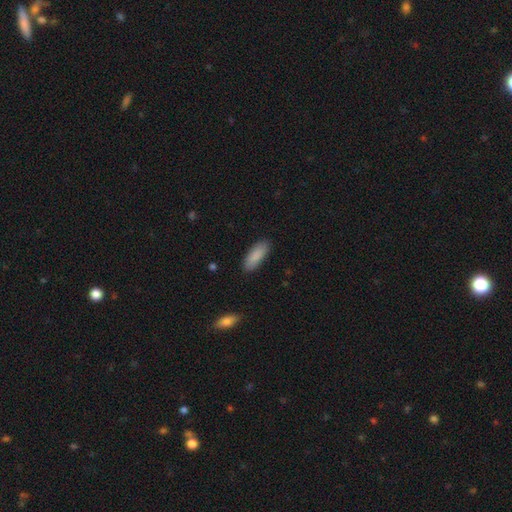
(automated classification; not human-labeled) Smooth or featured?
  - smooth: 89% *
  - star or artifact: 6%
  - featured or disk: 5%
How rounded?
  - in between: 71% *
  - cigar-shaped: 27%
  - round: 2%
Merging?
  - none: 87% *
  - minor disturbance: 10%
  - major disturbance: 2%
  - merger: 1%